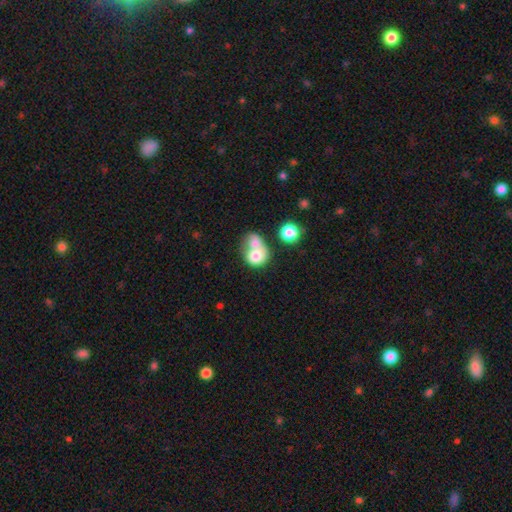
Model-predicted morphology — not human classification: A smooth galaxy with no disk features (70%) that is round (64%).

Vote fractions:
- Smooth or featured? smooth: 70% / featured or disk: 22% / star or artifact: 9%
- How rounded? round: 64% / in between: 35% / cigar-shaped: 1%
- Merging? merger: 70% / none: 17% / minor disturbance: 7% / major disturbance: 6%